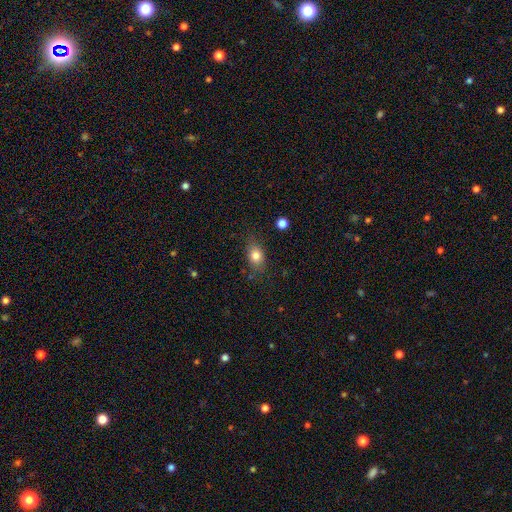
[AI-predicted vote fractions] smooth_or_featured: smooth (p=0.80) [alt: featured or disk p=0.10]
how_rounded: in between (p=0.72) [alt: round p=0.25]
merging: none (p=0.76) [alt: minor disturbance p=0.17]